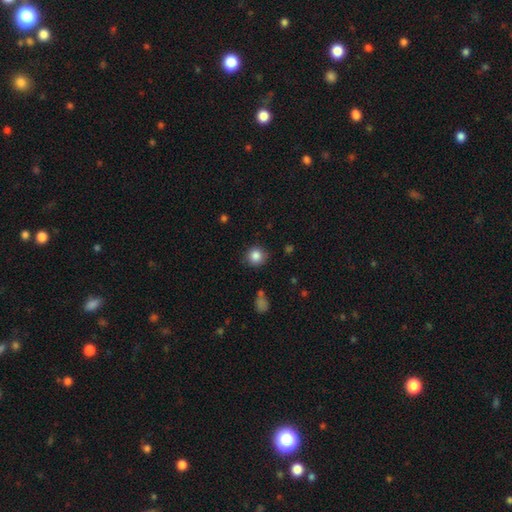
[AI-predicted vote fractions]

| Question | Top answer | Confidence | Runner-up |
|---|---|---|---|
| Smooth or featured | smooth | 85% | star or artifact (10%) |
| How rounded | round | 91% | in between (8%) |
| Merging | none | 86% | minor disturbance (9%) |